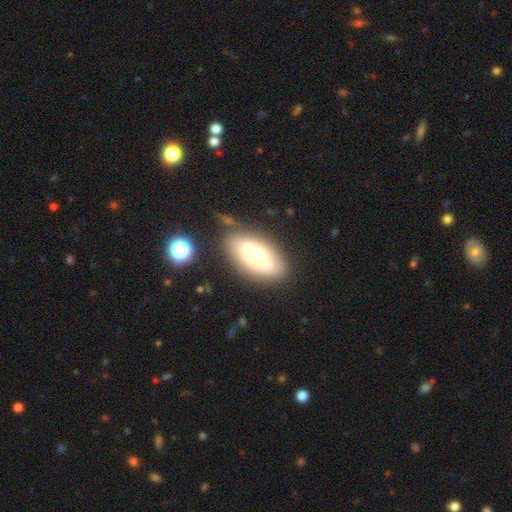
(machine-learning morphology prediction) Q: Smooth or featured?
A: smooth (56%); runner-up: featured or disk (35%)
Q: How rounded?
A: in between (90%); runner-up: cigar-shaped (6%)
Q: Merging?
A: none (75%); runner-up: minor disturbance (16%)